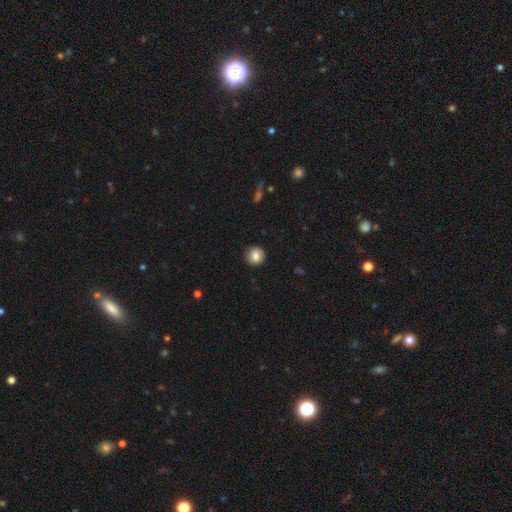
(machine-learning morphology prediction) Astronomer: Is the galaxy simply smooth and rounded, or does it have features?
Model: smooth — 80%.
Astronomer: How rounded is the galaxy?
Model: round — 88%.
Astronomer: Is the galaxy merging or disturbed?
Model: none — 86%.